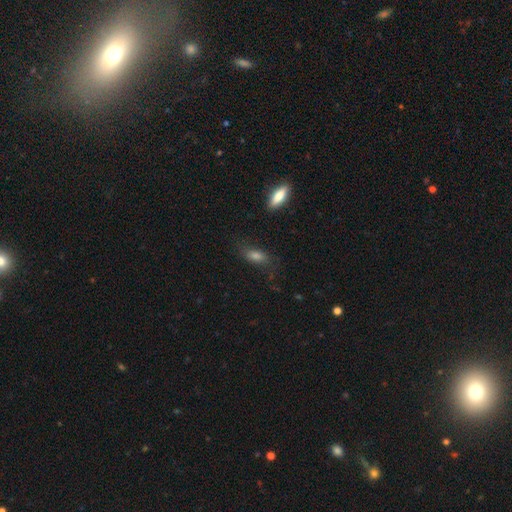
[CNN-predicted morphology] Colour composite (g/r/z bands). It shows a smooth galaxy with no disk features (68%) that is in between round and cigar-shaped (70%). Merging: none (65%).